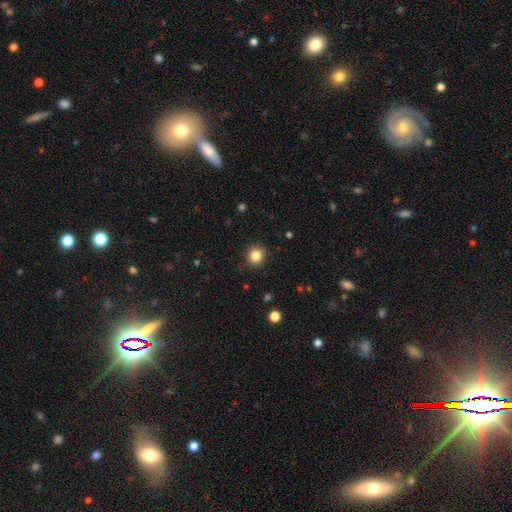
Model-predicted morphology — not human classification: type=smooth (85%); roundness=round (89%); merging=none (90%).